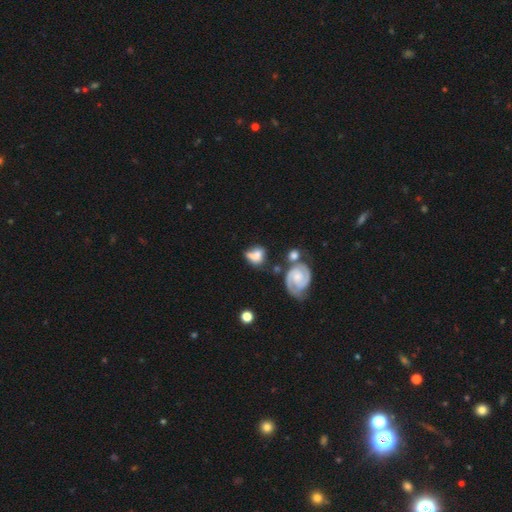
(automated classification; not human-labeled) Smooth or featured?
  - smooth: 51% *
  - featured or disk: 40%
  - star or artifact: 9%
How rounded?
  - in between: 56% *
  - round: 41%
  - cigar-shaped: 3%
Merging?
  - none: 36% *
  - merger: 25%
  - minor disturbance: 22%
  - major disturbance: 16%